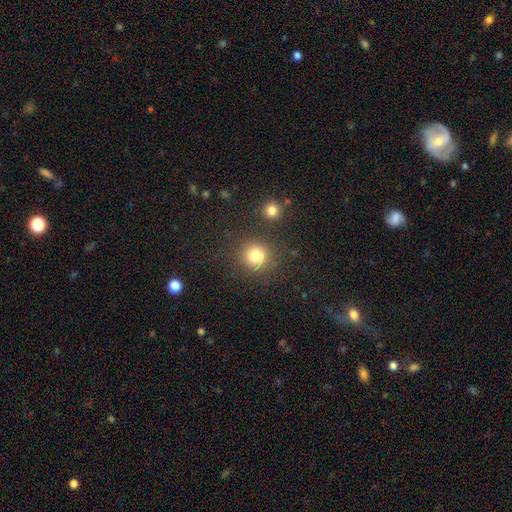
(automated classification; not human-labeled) This is clearly a smooth galaxy (80%). How rounded: clearly round (92%). Merging: clearly none (82%).